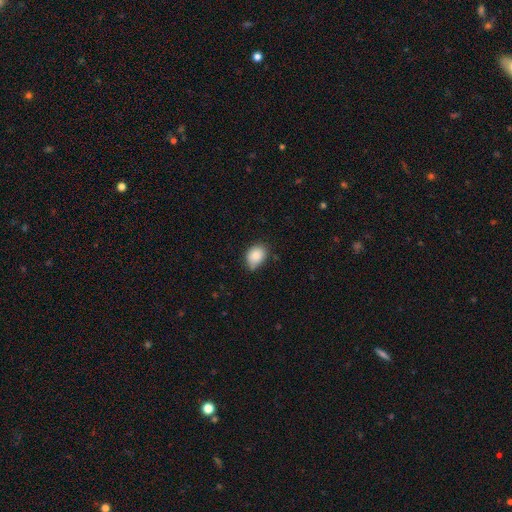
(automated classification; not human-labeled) Morphology: type=smooth (85%); roundness=in between (69%); merging=none (61%).